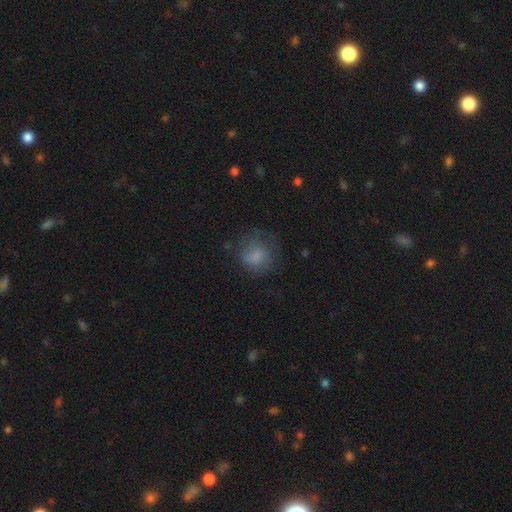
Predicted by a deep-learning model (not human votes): This appears to be a smooth galaxy with no disk features (71%) that is round (75%). Merging: none (56%).